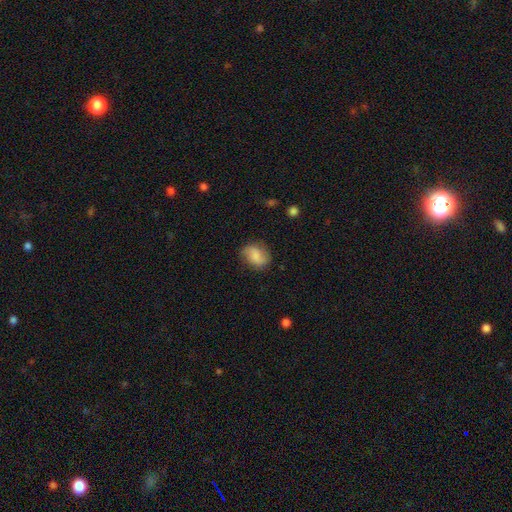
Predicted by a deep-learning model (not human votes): This appears to be a smooth galaxy with no disk features (62%) that is in between round and cigar-shaped (68%). Merging: none (75%).